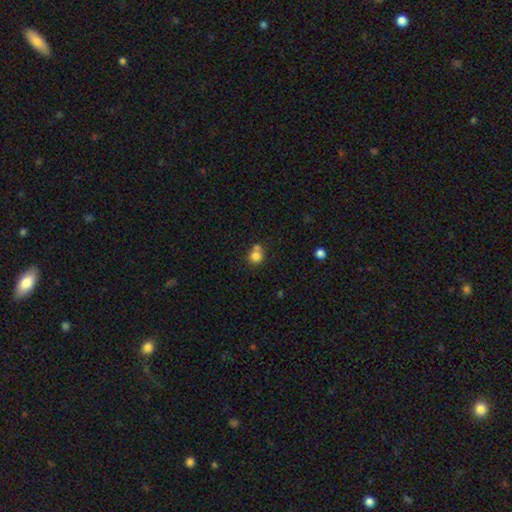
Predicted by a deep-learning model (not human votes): smooth-or-featured: smooth: 79% | star or artifact: 11% | featured or disk: 9%
  how-rounded: round: 80% | in between: 19% | cigar-shaped: 1%
  merging: none: 46% | merger: 38% | minor disturbance: 12% | major disturbance: 4%